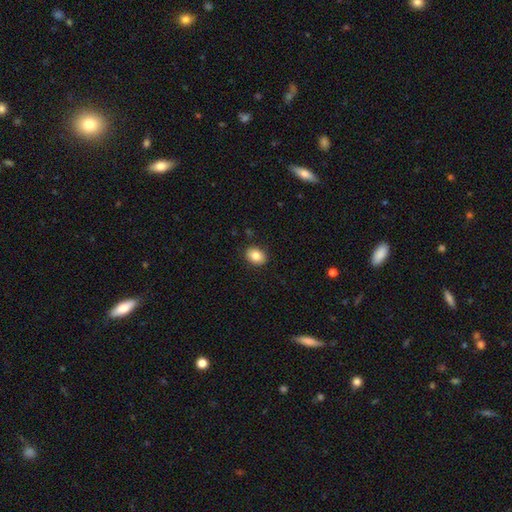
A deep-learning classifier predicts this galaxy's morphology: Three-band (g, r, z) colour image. It shows a smooth galaxy with no disk features (84%) that is in between round and cigar-shaped (68%). Merging: none (89%).